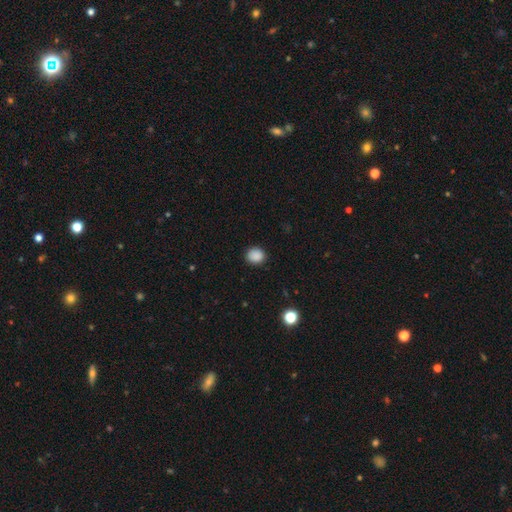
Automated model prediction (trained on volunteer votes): smooth 87%, star or artifact 10%, featured or disk 3%. Down the decision tree: how rounded — round (79%); merging — none (88%).